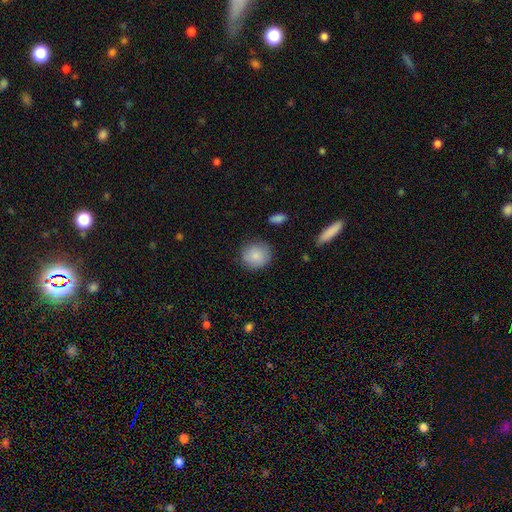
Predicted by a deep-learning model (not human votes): Smooth or featured? Predicted: smooth (p=0.85). How rounded? Predicted: round (p=0.86). Merging? Predicted: none (p=0.82).